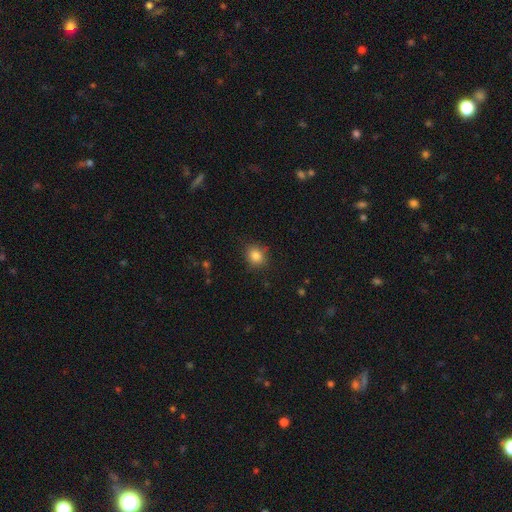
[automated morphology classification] Smooth or featured: smooth — 84% (star or artifact — 11%)
How rounded: round — 70% (in between — 29%)
Merging: none — 84% (minor disturbance — 12%)